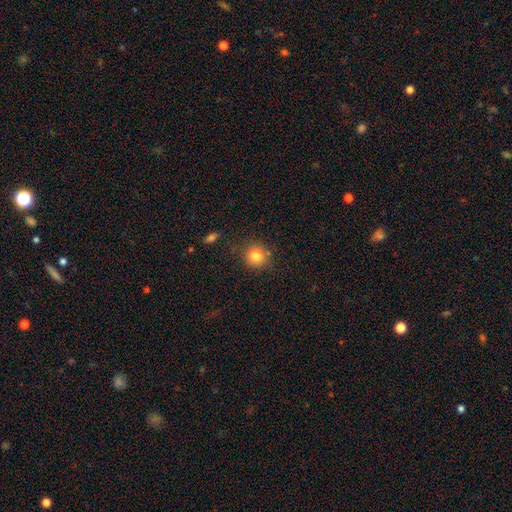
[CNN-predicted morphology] A smooth galaxy with no disk features (81%) that is round (90%).

Vote fractions:
- Smooth or featured? smooth: 81% / star or artifact: 12% / featured or disk: 7%
- How rounded? round: 90% / in between: 9% / cigar-shaped: 1%
- Merging? none: 81% / minor disturbance: 11% / merger: 4% / major disturbance: 3%